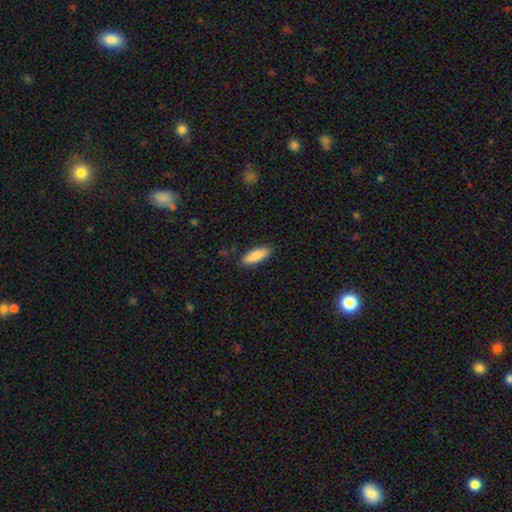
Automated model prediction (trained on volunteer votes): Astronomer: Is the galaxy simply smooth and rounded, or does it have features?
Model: smooth — 86%.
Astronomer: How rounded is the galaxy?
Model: in between — 66%.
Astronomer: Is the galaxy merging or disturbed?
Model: none — 88%.